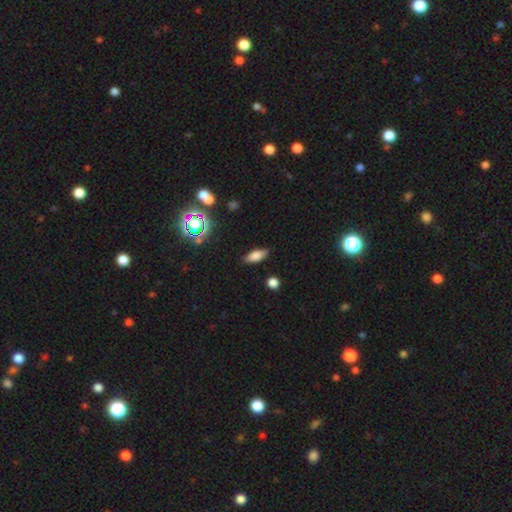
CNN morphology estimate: Smooth or featured? Predicted: smooth (p=0.75). How rounded? Predicted: in between (p=0.76). Merging? Predicted: none (p=0.84).